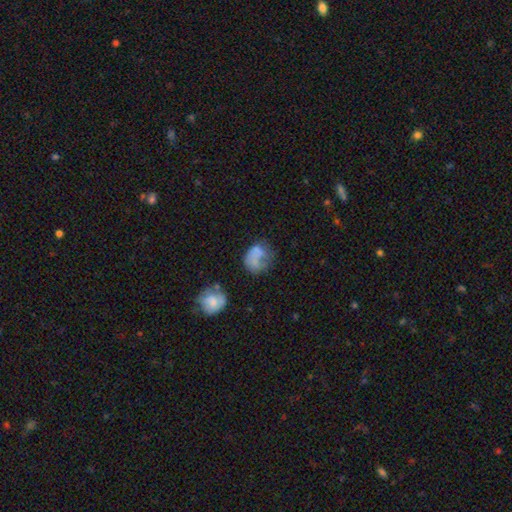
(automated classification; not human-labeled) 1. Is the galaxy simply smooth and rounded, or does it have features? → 63% smooth, 26% featured or disk, 11% star or artifact.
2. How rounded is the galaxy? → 54% round, 45% in between, 1% cigar-shaped.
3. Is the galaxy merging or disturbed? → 34% none, 31% major disturbance, 26% minor disturbance, 8% merger.